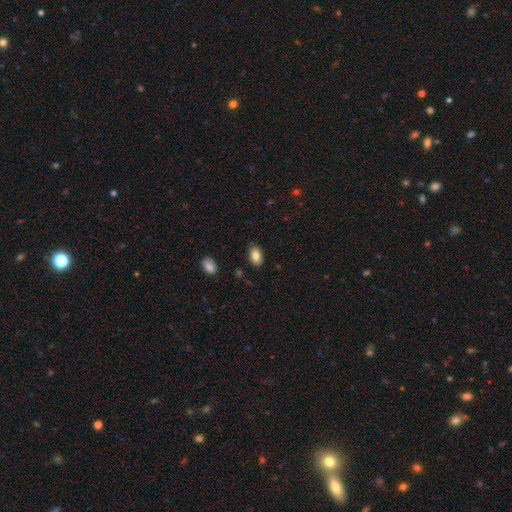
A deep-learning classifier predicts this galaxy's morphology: Q: Smooth or featured?
A: smooth (85%); runner-up: star or artifact (8%)
Q: How rounded?
A: in between (92%); runner-up: round (7%)
Q: Merging?
A: none (86%); runner-up: minor disturbance (11%)